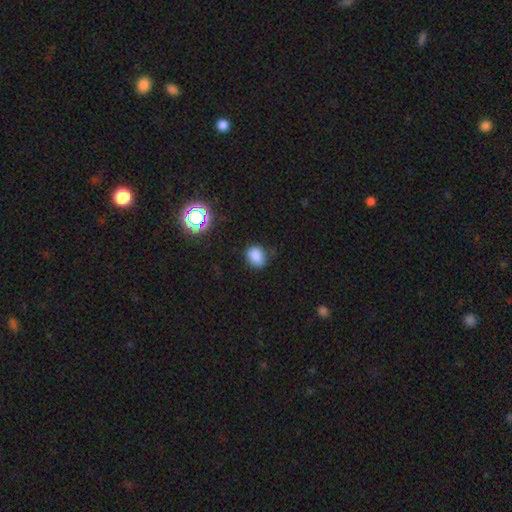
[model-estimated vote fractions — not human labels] The model was most divided on "how rounded": in between: 55%, round: 44%, cigar-shaped: 1%. More confident: smooth or featured — smooth (81%); merging — none (75%).